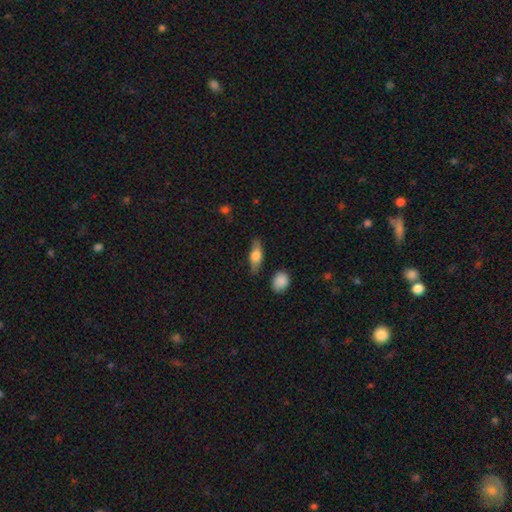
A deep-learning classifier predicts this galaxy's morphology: smooth_or_featured: smooth (p=0.61) [alt: featured or disk p=0.32]
how_rounded: in between (p=0.63) [alt: cigar-shaped p=0.32]
merging: none (p=0.80) [alt: minor disturbance p=0.14]